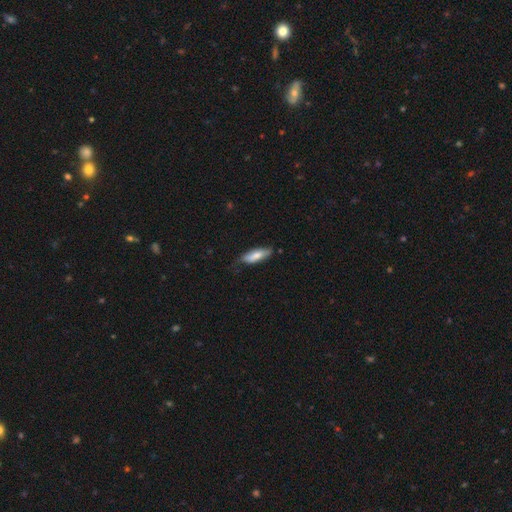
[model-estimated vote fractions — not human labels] Overall: smooth (72%). How rounded: in between (52%; cigar-shaped 47%). Merging: none (67%).